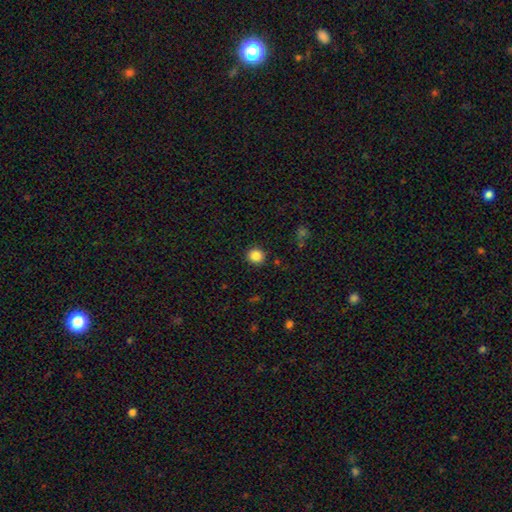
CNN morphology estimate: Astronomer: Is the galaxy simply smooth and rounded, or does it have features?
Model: smooth — 86%.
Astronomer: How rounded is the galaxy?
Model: round — 90%.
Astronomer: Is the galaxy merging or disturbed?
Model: none — 91%.